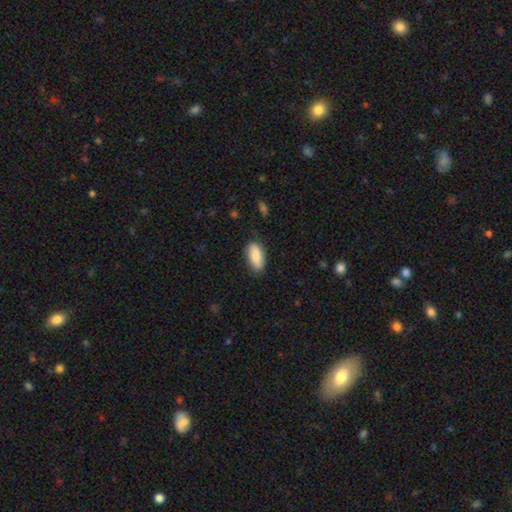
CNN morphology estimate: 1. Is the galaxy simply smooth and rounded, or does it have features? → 85% smooth, 9% featured or disk, 6% star or artifact.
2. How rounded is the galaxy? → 90% in between, 8% cigar-shaped, 3% round.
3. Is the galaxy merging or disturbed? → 81% none, 14% minor disturbance, 3% major disturbance, 1% merger.